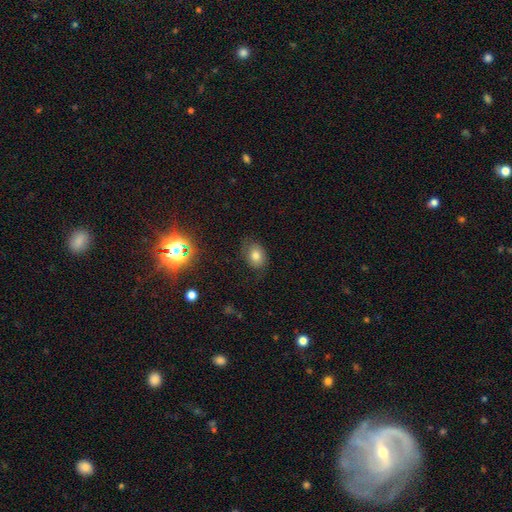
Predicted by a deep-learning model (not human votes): Q: Smooth or featured?
A: smooth (72%); runner-up: star or artifact (15%)
Q: How rounded?
A: in between (68%); runner-up: round (31%)
Q: Merging?
A: none (72%); runner-up: minor disturbance (20%)